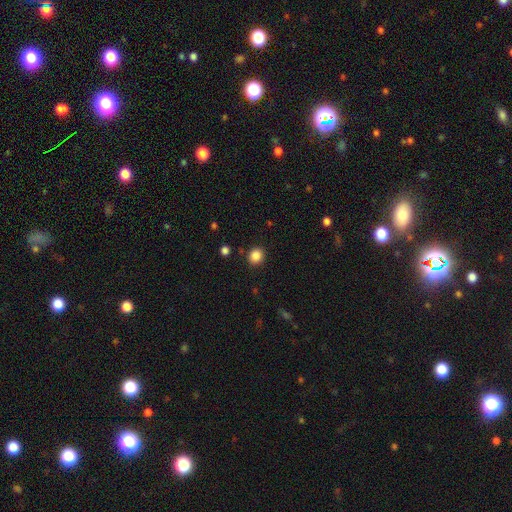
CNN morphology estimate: smooth 86%, star or artifact 11%, featured or disk 3%. Down the decision tree: how rounded — round (82%); merging — none (89%).